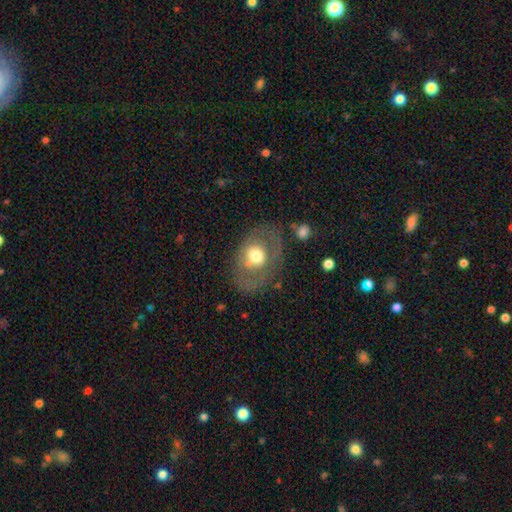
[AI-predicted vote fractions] Q: Smooth or featured?
A: smooth (51%); runner-up: featured or disk (41%)
Q: How rounded?
A: in between (67%); runner-up: round (31%)
Q: Merging?
A: none (67%); runner-up: minor disturbance (19%)